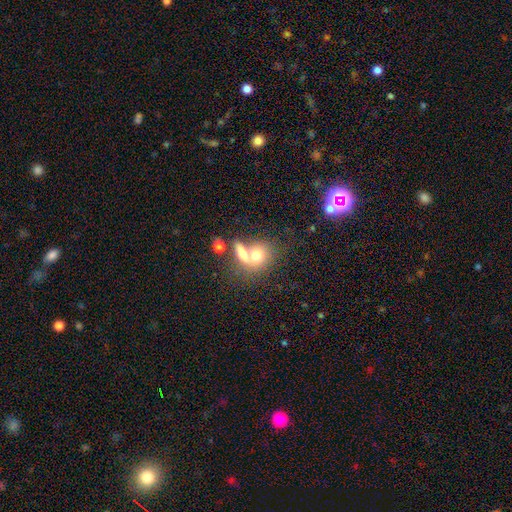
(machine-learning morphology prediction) This appears to be a smooth galaxy with no disk features (69%) that is round (50%). Merging: merger (64%).